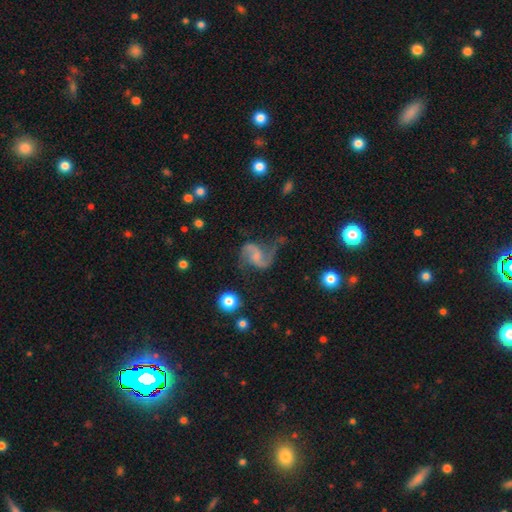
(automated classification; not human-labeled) The model was most divided on "bar": no: 48%, weak: 41%, strong: 11%. Remaining: edge-on disk — no (98%); spiral arms — yes (97%); spiral arm count — 2 (93%); smooth or featured — featured or disk (87%); spiral winding — loose (63%); merging — none (59%); bulge size — small (43%).